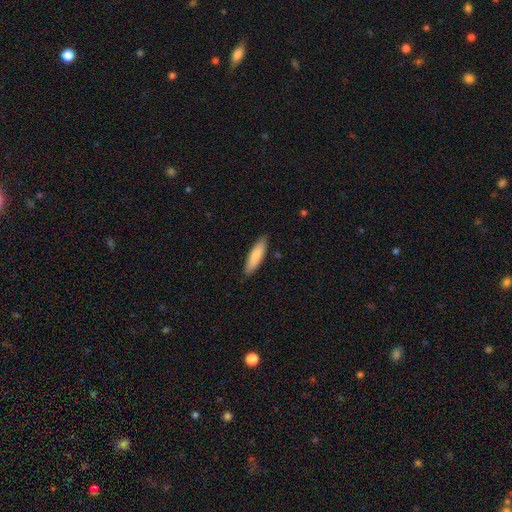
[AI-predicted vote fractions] Smooth or featured: smooth — 83% (featured or disk — 12%)
How rounded: cigar-shaped — 64% (in between — 34%)
Merging: none — 87% (minor disturbance — 10%)